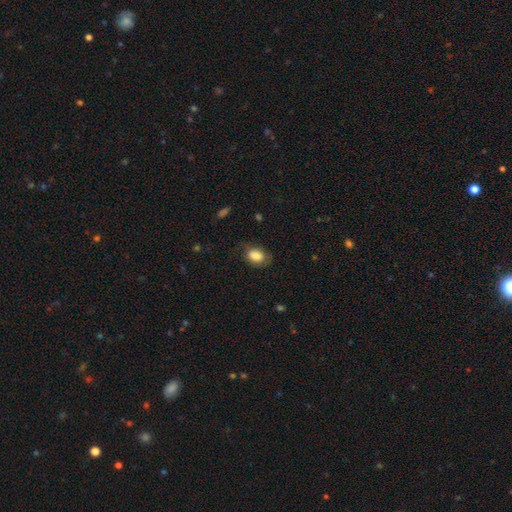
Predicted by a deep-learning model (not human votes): This appears to be a smooth galaxy with no disk features (83%) that is in between round and cigar-shaped (81%). Merging: none (65%).